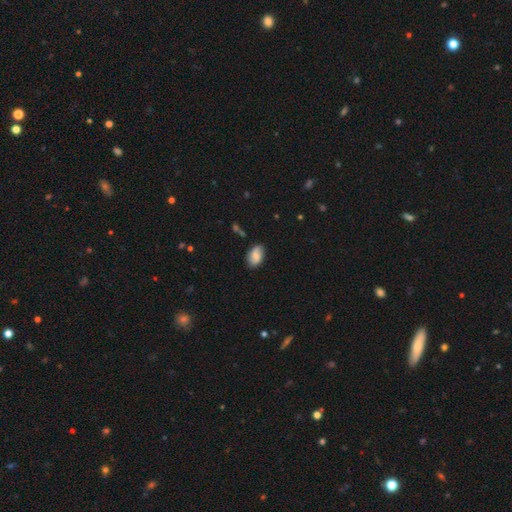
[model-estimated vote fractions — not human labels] This is likely a smooth galaxy (71%). How rounded: clearly in between (90%). Merging: likely none (76%).